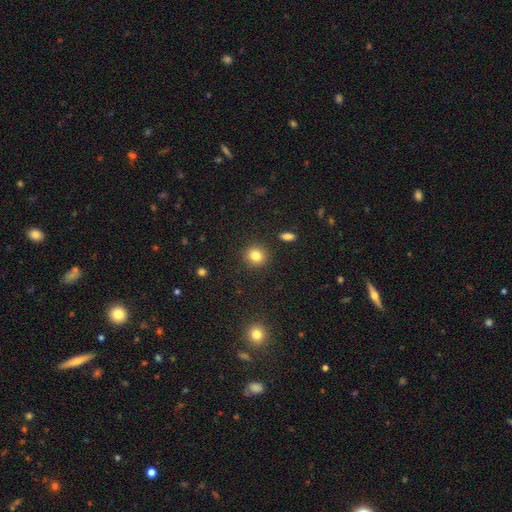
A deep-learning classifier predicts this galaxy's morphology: A smooth galaxy with no disk features (82%) that is round (87%). Merging: none (90%).